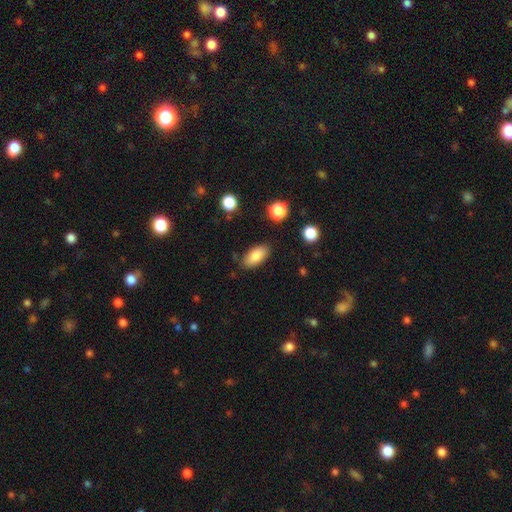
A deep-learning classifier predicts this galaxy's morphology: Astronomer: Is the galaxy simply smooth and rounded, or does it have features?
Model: smooth — 84%.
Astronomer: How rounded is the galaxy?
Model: in between — 91%.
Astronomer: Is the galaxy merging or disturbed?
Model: none — 83%.